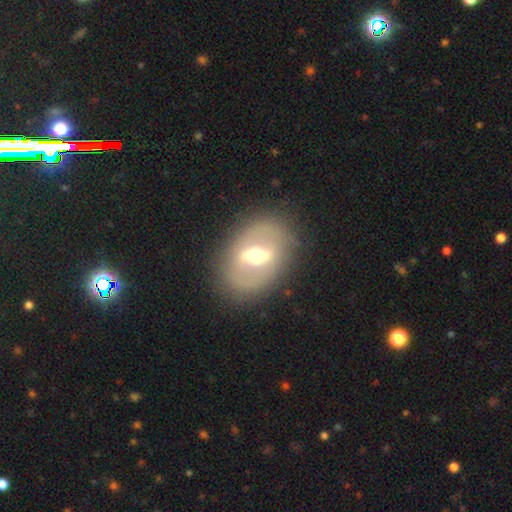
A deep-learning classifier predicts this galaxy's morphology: A featured or disk galaxy (67%) with a strong bar (62%), no spiral arms (81%) and a moderate central bulge (66%). Merging: none (81%).